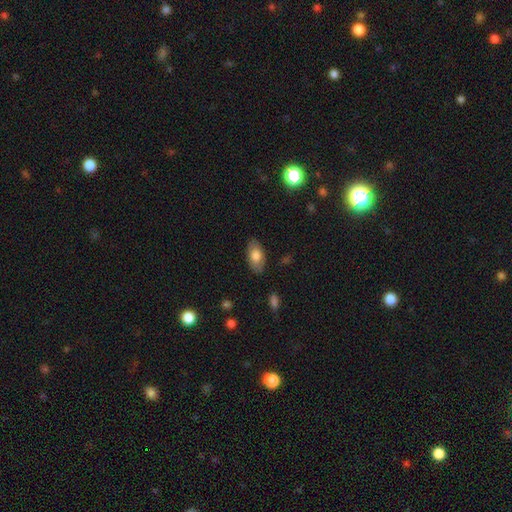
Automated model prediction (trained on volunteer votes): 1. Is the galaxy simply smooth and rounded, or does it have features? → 76% smooth, 17% featured or disk, 7% star or artifact.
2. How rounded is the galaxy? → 93% in between, 4% round, 3% cigar-shaped.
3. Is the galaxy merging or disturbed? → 85% none, 12% minor disturbance, 3% major disturbance, 1% merger.